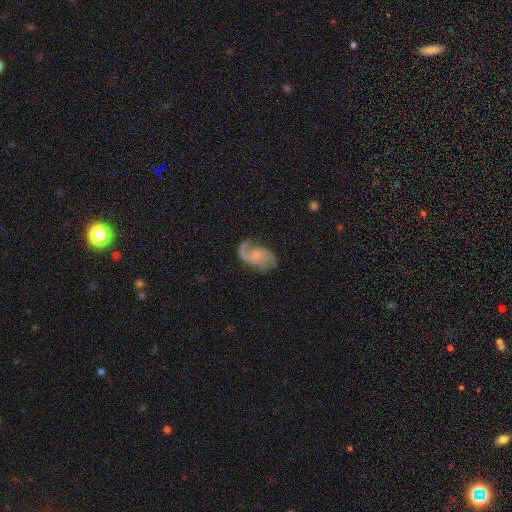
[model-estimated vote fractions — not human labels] Q: Smooth or featured?
A: featured or disk (90%); runner-up: smooth (5%)
Q: Edge-on disk?
A: no (98%); runner-up: yes (2%)
Q: Bar?
A: no (61%); runner-up: weak (33%)
Q: Spiral arms?
A: yes (98%); runner-up: no (2%)
Q: Spiral winding?
A: medium (56%); runner-up: loose (23%)
Q: Spiral arm count?
A: 2 (82%); runner-up: 3 (8%)
Q: Bulge size?
A: small (59%); runner-up: moderate (22%)
Q: Merging?
A: none (73%); runner-up: minor disturbance (17%)